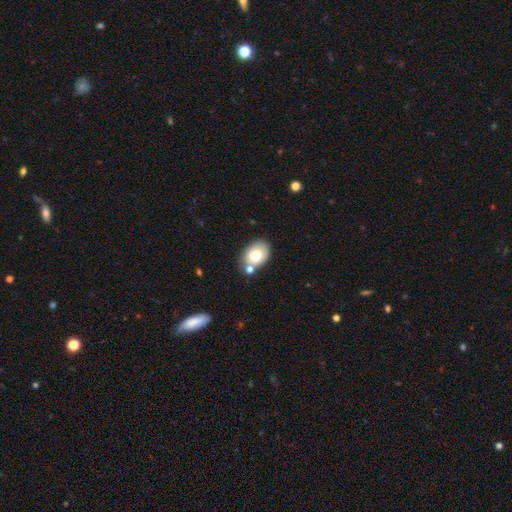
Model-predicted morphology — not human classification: smooth_or_featured: smooth (p=0.77) [alt: featured or disk p=0.15]
how_rounded: in between (p=0.79) [alt: round p=0.20]
merging: none (p=0.62) [alt: minor disturbance p=0.18]